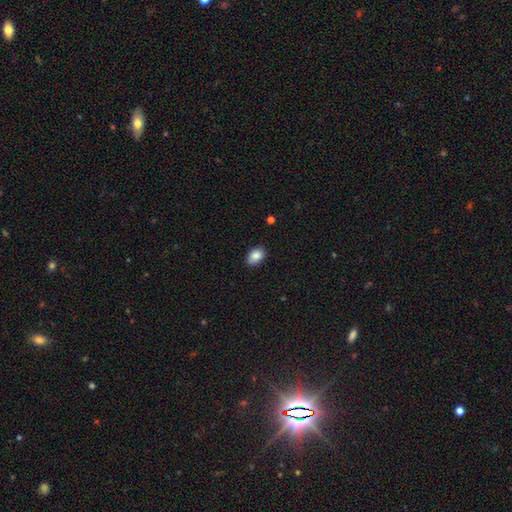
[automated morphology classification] A smooth galaxy with no disk features (86%) that is in between round and cigar-shaped (85%). Merging: none (86%).